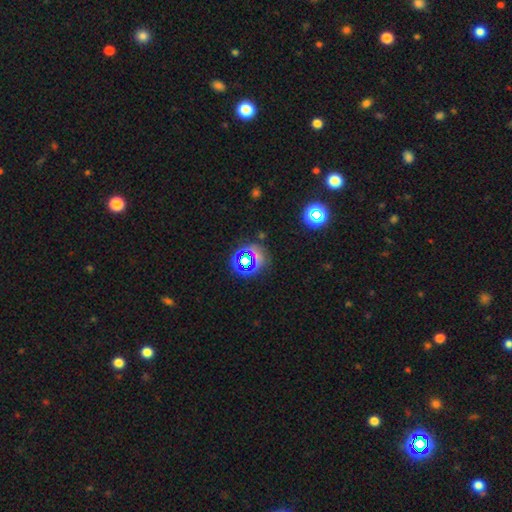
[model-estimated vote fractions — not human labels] star or artifact 49%, smooth 30%, featured or disk 20%.